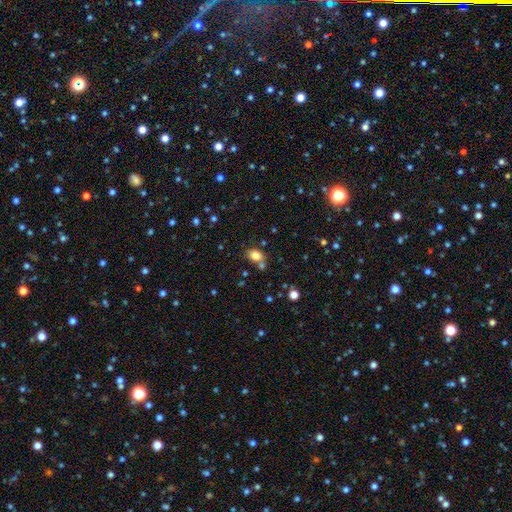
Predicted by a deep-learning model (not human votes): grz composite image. It shows a smooth galaxy with no disk features (81%) that is in between round and cigar-shaped (70%). Merging: none (64%).